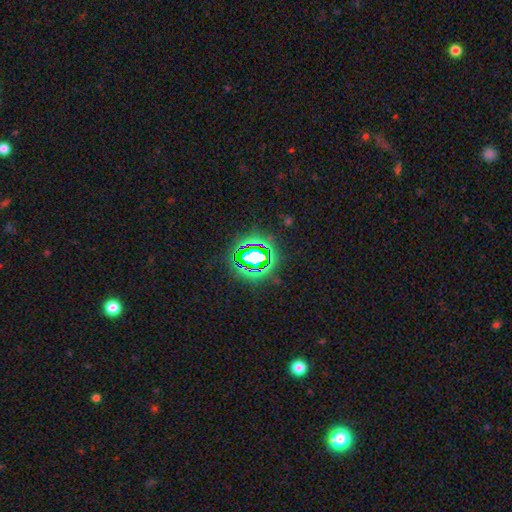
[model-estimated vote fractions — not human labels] The model was most divided on "smooth or featured": star or artifact: 71%, smooth: 17%, featured or disk: 12%.